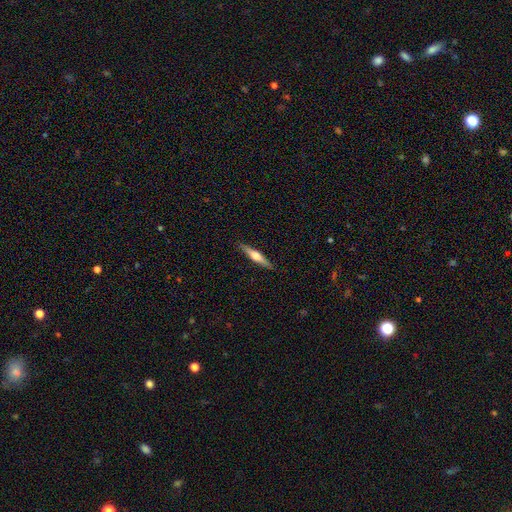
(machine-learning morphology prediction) A featured or disk galaxy (59%) viewed edge-on (97%) with a rounded central bulge (87%).

Vote fractions:
- Smooth or featured? featured or disk: 59% / smooth: 36% / star or artifact: 5%
- Edge-on disk? yes: 97% / no: 3%
- Edge-on bulge? rounded: 87% / boxy: 8% / none: 5%
- Merging? none: 90% / minor disturbance: 7% / major disturbance: 2% / merger: 1%